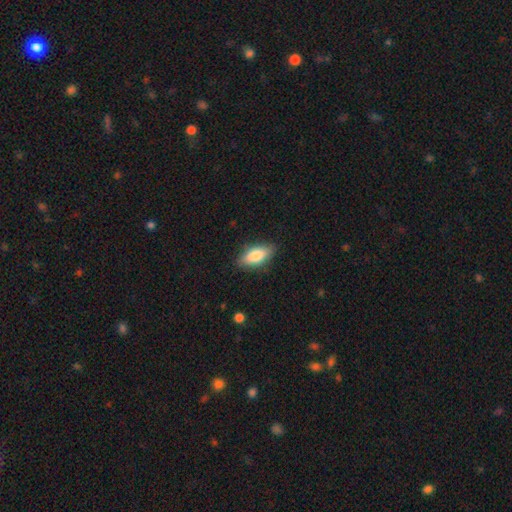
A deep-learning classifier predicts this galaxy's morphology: A smooth galaxy with no disk features (80%) that is in between round and cigar-shaped (82%). Merging: none (84%).